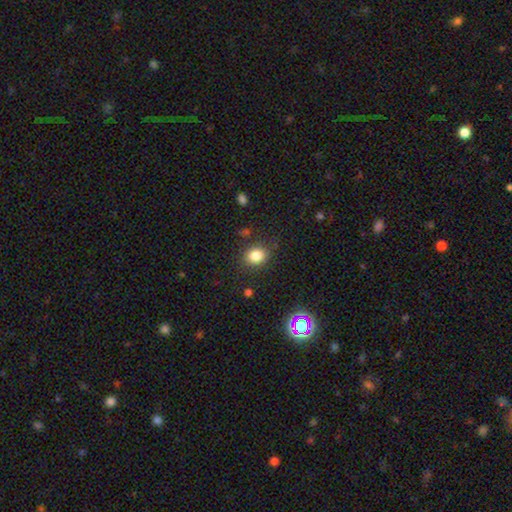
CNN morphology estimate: Smooth or featured: smooth — 83% (star or artifact — 12%)
How rounded: round — 60% (in between — 39%)
Merging: none — 83% (minor disturbance — 11%)